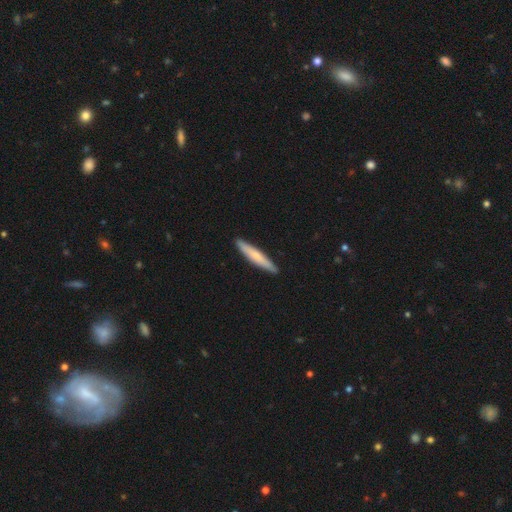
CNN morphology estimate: This is likely a smooth galaxy (63%). How rounded: clearly cigar-shaped (93%). Merging: clearly none (91%).